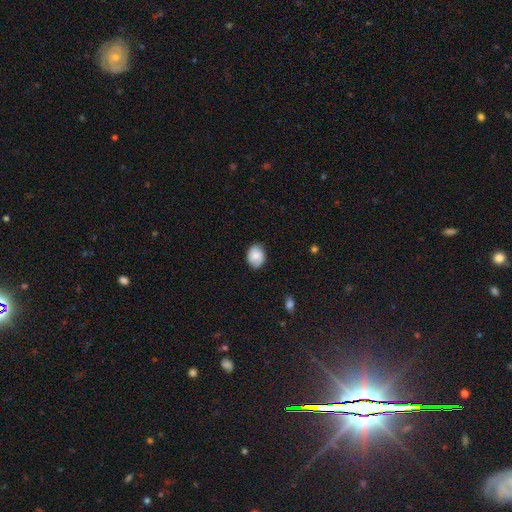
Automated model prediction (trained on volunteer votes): Smooth or featured? smooth (73%)
How rounded? in between (57%)
Merging? none (77%)